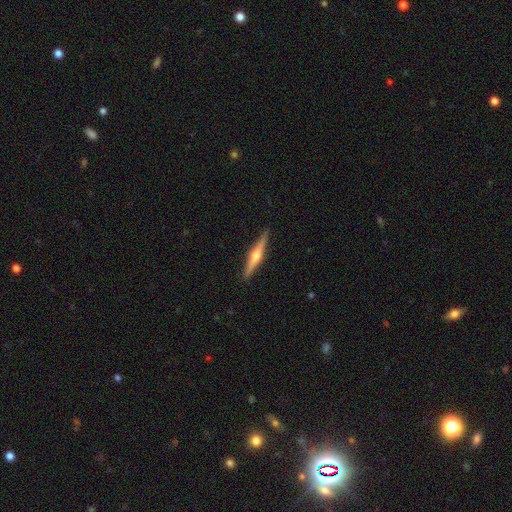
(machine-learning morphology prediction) featured or disk 74%, smooth 20%, star or artifact 5%. Down the decision tree: edge-on disk — yes (98%); edge-on bulge — rounded (90%); merging — none (91%).